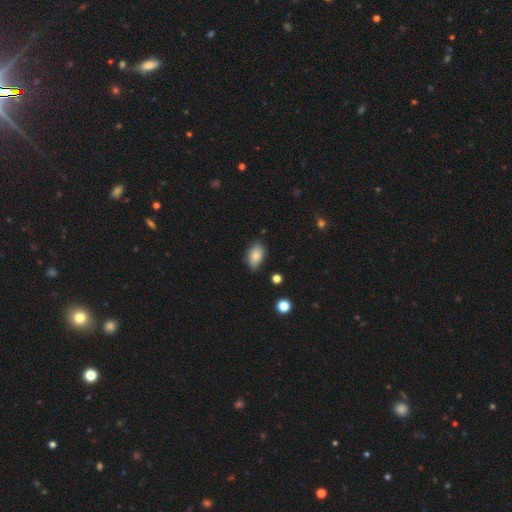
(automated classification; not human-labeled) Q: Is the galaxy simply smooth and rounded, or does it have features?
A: smooth — 83%.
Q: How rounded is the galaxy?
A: in between — 92%.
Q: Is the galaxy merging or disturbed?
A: none — 75%.